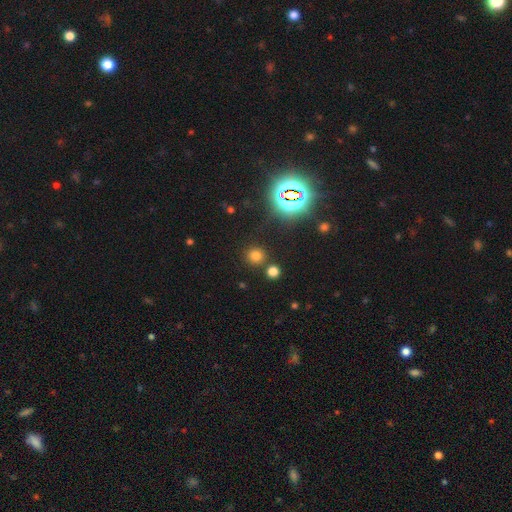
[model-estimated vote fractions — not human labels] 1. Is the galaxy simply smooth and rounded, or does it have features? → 69% smooth, 25% star or artifact, 6% featured or disk.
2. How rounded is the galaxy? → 91% round, 8% in between, 1% cigar-shaped.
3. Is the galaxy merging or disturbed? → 82% none, 8% merger, 7% minor disturbance, 3% major disturbance.